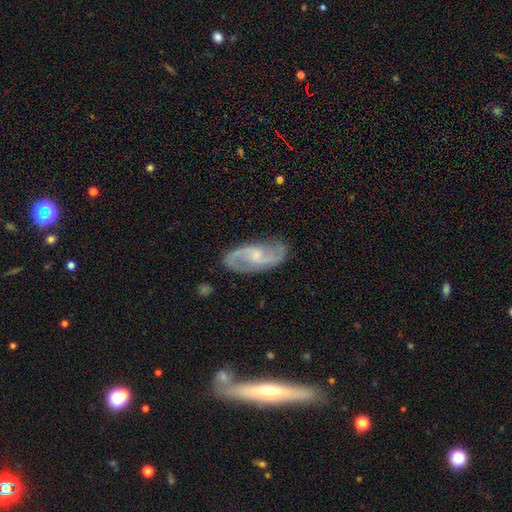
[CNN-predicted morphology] This appears to be a featured or disk galaxy (84%) with a weak bar (49%), 2 (90%) medium (49%) spiral arms (96%) and a small central bulge (55%). Merging: none (81%).